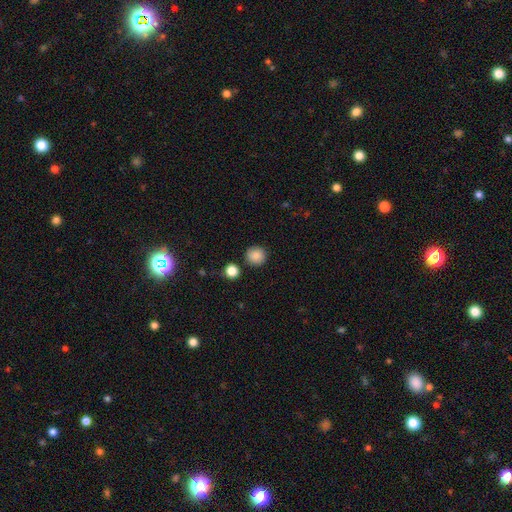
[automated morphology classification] Smooth or featured? smooth (86%)
How rounded? round (94%)
Merging? none (89%)